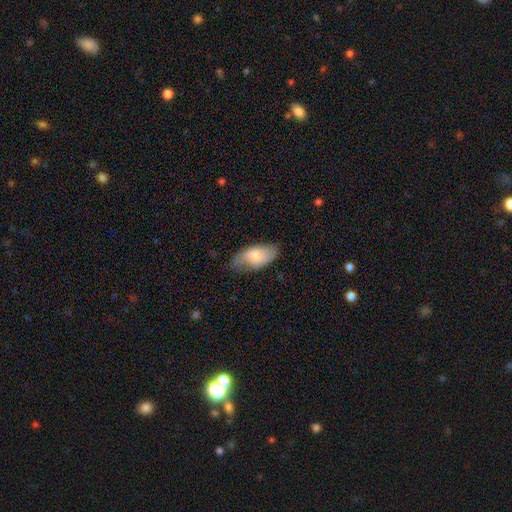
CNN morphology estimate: Q: Smooth or featured?
A: smooth (72%); runner-up: featured or disk (22%)
Q: How rounded?
A: in between (93%); runner-up: cigar-shaped (4%)
Q: Merging?
A: none (68%); runner-up: minor disturbance (25%)